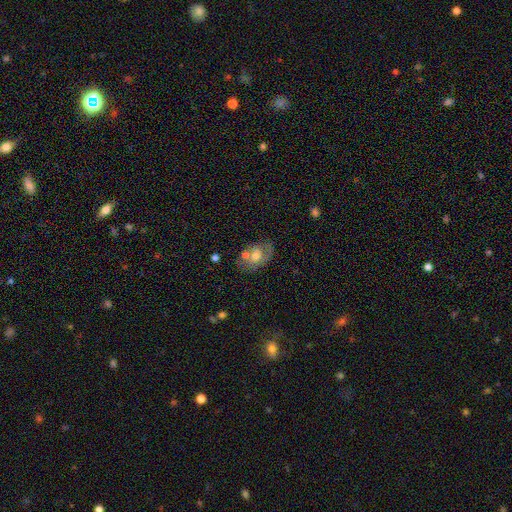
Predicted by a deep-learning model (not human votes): This is possibly a smooth galaxy (48%). Merging: possibly none (49%).